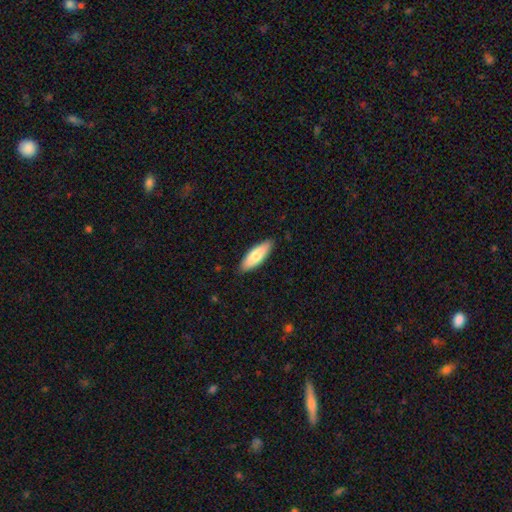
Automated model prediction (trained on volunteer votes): Smooth or featured? Predicted: smooth (p=0.77). How rounded? Predicted: in between (p=0.59). Merging? Predicted: none (p=0.88).